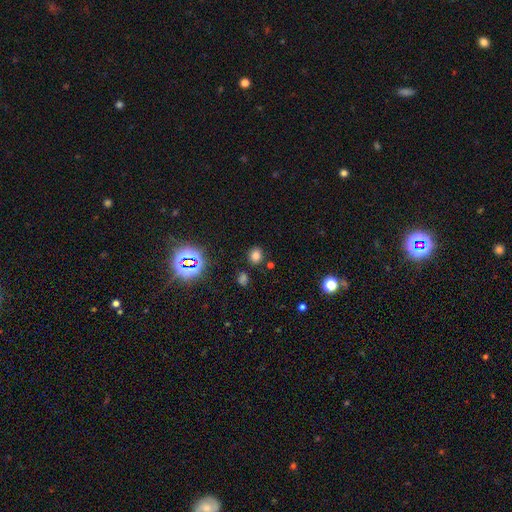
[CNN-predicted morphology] Overall: smooth (71%). How rounded: round (69%; in between 30%). Merging: none (83%).